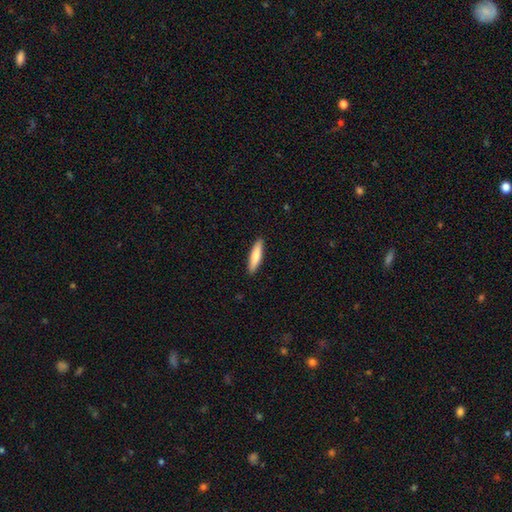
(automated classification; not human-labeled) Smooth or featured?
  - smooth: 77% *
  - featured or disk: 18%
  - star or artifact: 5%
How rounded?
  - cigar-shaped: 80% *
  - in between: 19%
  - round: 1%
Merging?
  - none: 91% *
  - minor disturbance: 7%
  - major disturbance: 1%
  - merger: 1%